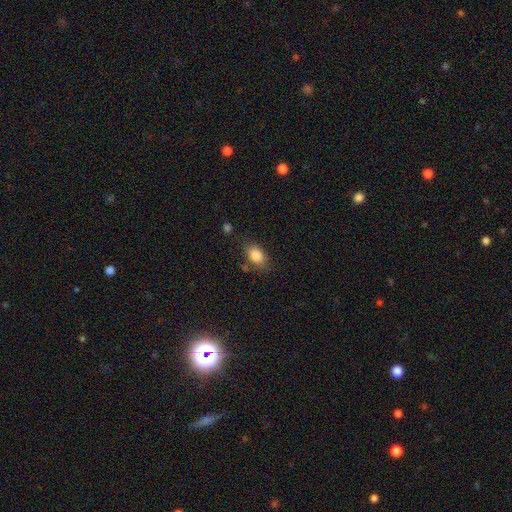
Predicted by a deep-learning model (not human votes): Smooth or featured? smooth (84%)
How rounded? in between (83%)
Merging? none (73%)